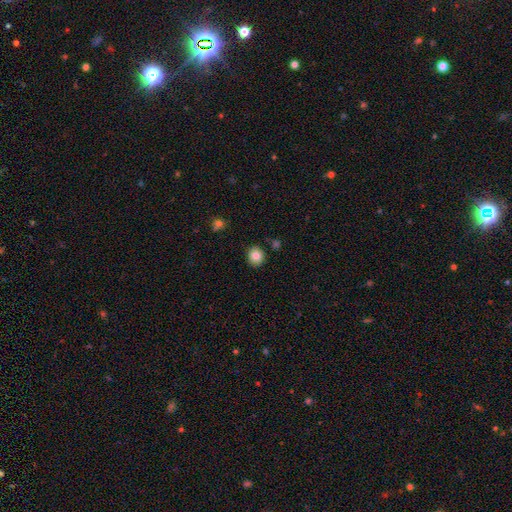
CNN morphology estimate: Smooth or featured?
  - smooth: 83% *
  - star or artifact: 10%
  - featured or disk: 7%
How rounded?
  - round: 81% *
  - in between: 18%
  - cigar-shaped: 1%
Merging?
  - none: 89% *
  - minor disturbance: 7%
  - merger: 2%
  - major disturbance: 2%